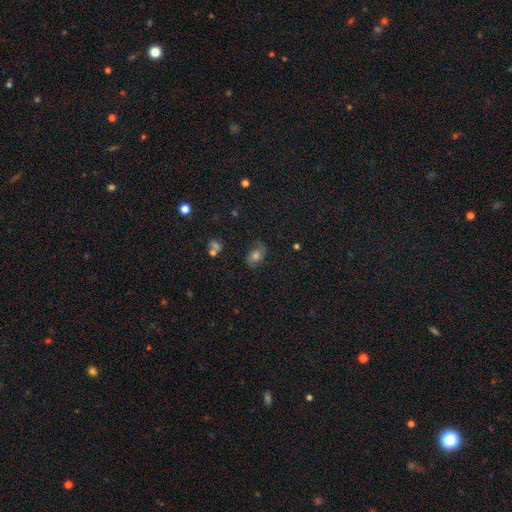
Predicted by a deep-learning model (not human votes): Smooth or featured: smooth — 52% (featured or disk — 31%)
How rounded: in between — 76% (round — 22%)
Merging: none — 72% (minor disturbance — 19%)